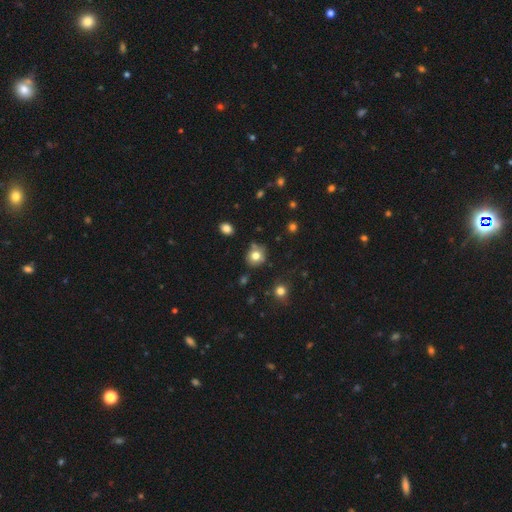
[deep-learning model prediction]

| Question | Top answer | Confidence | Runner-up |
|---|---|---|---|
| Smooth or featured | smooth | 78% | star or artifact (12%) |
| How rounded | round | 80% | in between (19%) |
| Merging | none | 75% | minor disturbance (15%) |